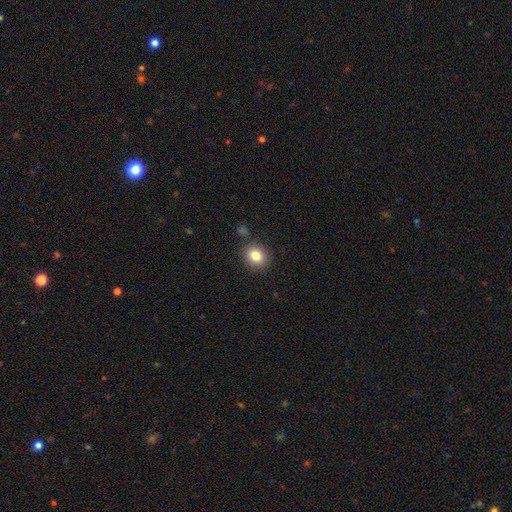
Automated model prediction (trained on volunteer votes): smooth 83%, star or artifact 10%, featured or disk 7%. Down the decision tree: how rounded — round (70%); merging — none (82%).